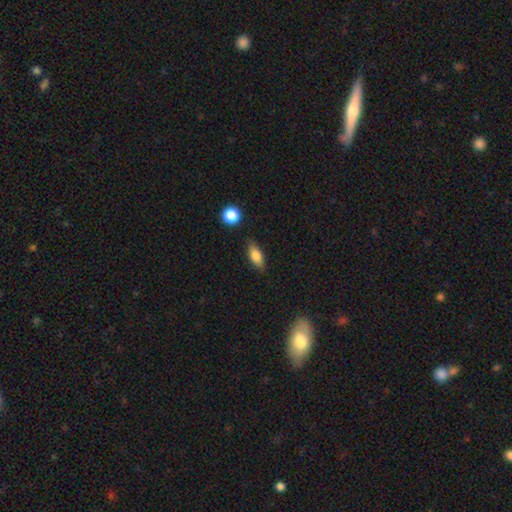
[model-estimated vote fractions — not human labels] Smooth or featured? Predicted: smooth (p=0.72). How rounded? Predicted: in between (p=0.75). Merging? Predicted: none (p=0.82).